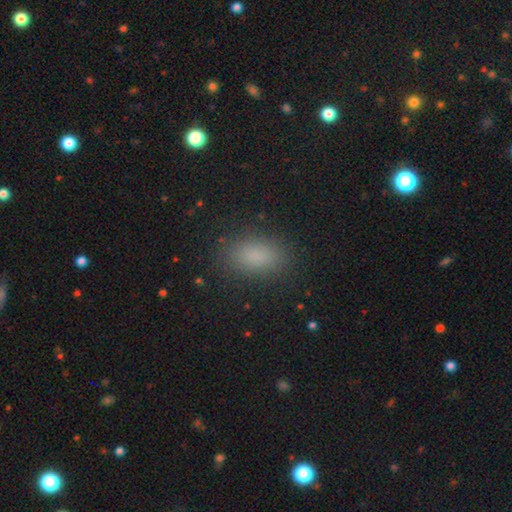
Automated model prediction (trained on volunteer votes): A smooth galaxy with no disk features (84%) that is in between round and cigar-shaped (89%).

Vote fractions:
- Smooth or featured? smooth: 84% / star or artifact: 11% / featured or disk: 5%
- How rounded? in between: 89% / round: 8% / cigar-shaped: 3%
- Merging? none: 86% / minor disturbance: 9% / major disturbance: 3% / merger: 1%